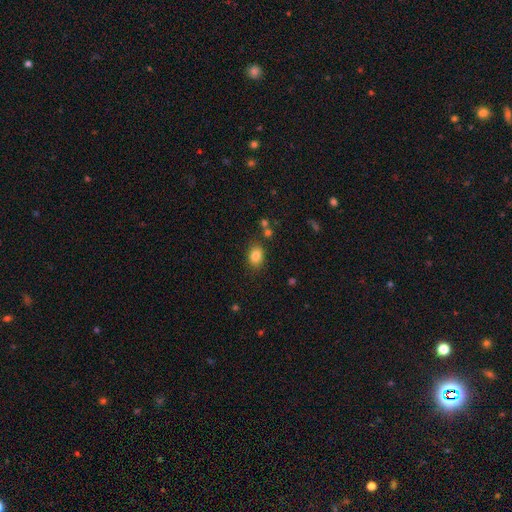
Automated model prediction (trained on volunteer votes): Q: Smooth or featured?
A: smooth (83%); runner-up: star or artifact (10%)
Q: How rounded?
A: in between (69%); runner-up: round (30%)
Q: Merging?
A: none (80%); runner-up: minor disturbance (12%)